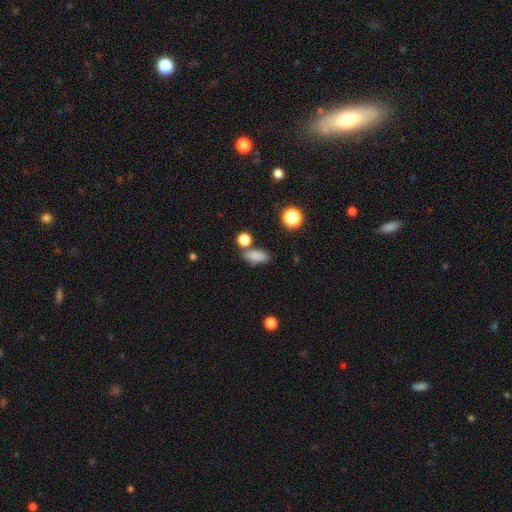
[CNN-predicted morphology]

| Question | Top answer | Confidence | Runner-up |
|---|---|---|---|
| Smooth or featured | smooth | 82% | star or artifact (12%) |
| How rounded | in between | 81% | round (10%) |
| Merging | none | 68% | minor disturbance (14%) |